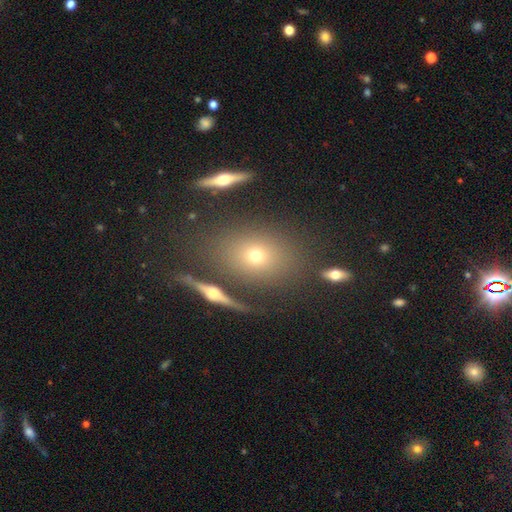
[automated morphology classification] Smooth or featured? smooth (56%)
How rounded? in between (57%)
Merging? none (75%)